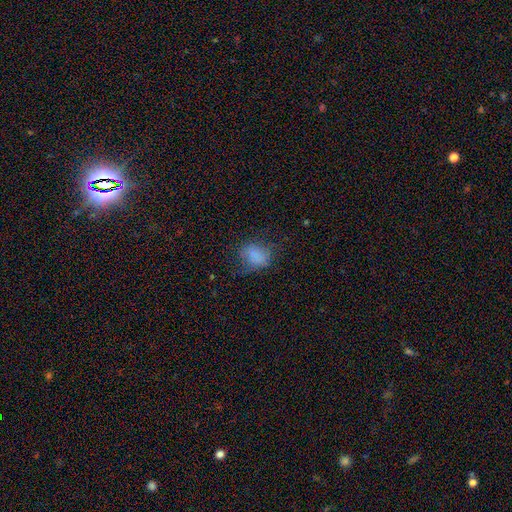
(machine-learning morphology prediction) smooth 74%, featured or disk 14%, star or artifact 12%. Down the decision tree: how rounded — in between (62%); merging — none (52%).